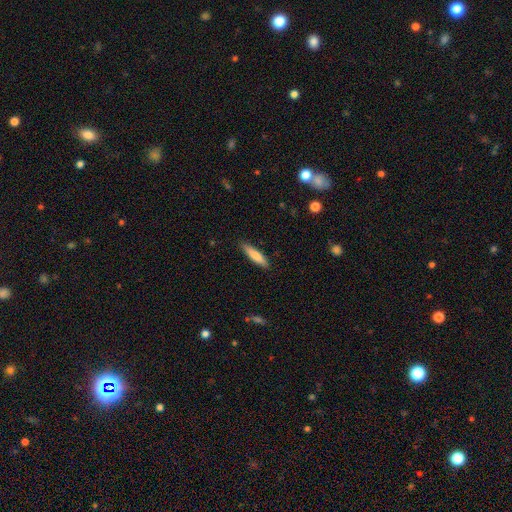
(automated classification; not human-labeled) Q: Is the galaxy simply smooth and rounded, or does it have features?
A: smooth — 79%.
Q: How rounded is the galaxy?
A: cigar-shaped — 80%.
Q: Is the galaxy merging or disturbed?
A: none — 87%.